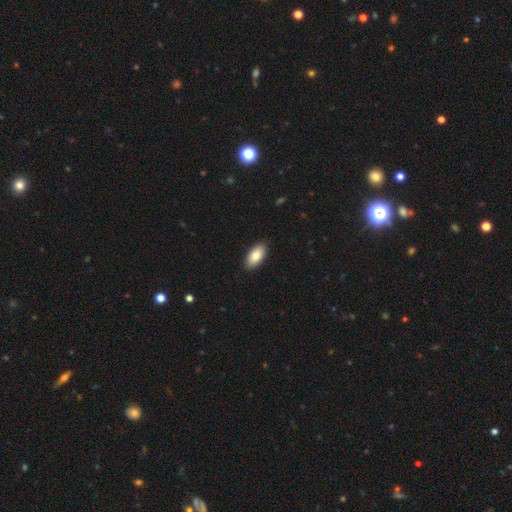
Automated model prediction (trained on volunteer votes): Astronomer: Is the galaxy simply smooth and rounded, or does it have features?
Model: smooth — 85%.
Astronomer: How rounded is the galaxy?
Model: in between — 94%.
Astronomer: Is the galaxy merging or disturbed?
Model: none — 89%.